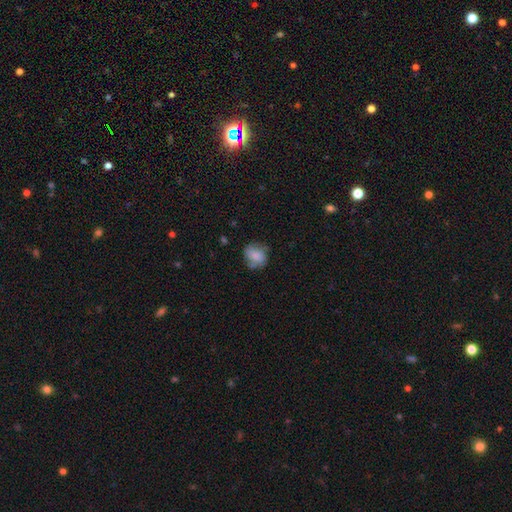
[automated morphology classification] type=smooth (77%); roundness=round (52%); merging=none (59%).